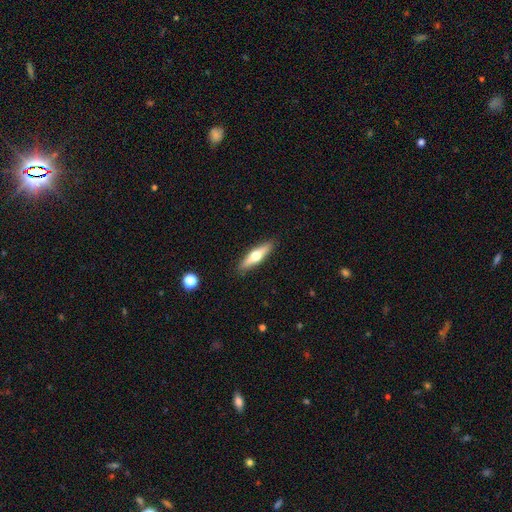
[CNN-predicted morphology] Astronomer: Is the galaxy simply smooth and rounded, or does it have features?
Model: featured or disk — 52% (runner-up: smooth, 43%).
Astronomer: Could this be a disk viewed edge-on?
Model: yes — 92%.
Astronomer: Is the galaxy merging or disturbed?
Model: none — 90%.